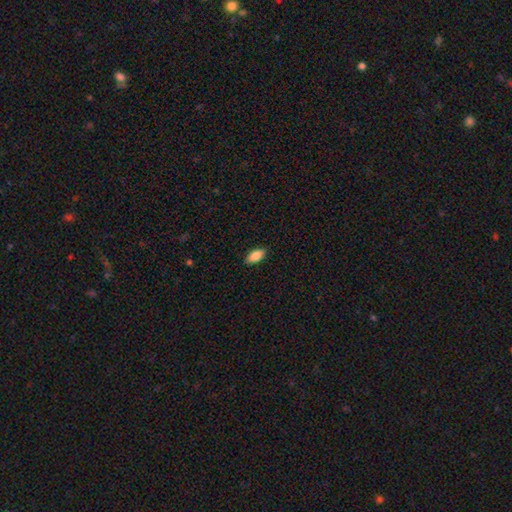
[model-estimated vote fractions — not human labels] Smooth or featured?
  - smooth: 87% *
  - star or artifact: 7%
  - featured or disk: 7%
How rounded?
  - in between: 91% *
  - cigar-shaped: 6%
  - round: 3%
Merging?
  - none: 88% *
  - minor disturbance: 9%
  - major disturbance: 2%
  - merger: 1%